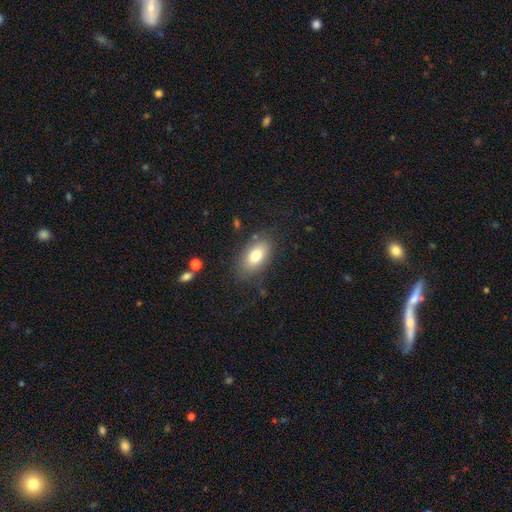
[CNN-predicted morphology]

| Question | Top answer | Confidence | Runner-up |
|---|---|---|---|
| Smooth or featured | smooth | 77% | featured or disk (15%) |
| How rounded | in between | 91% | round (7%) |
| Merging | none | 79% | minor disturbance (14%) |